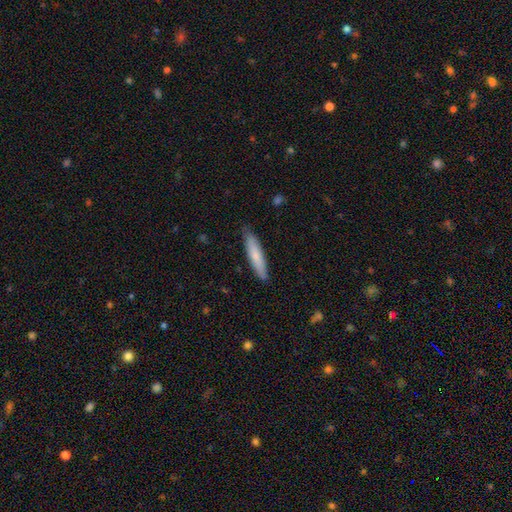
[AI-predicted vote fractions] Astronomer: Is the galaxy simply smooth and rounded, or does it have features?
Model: smooth — 75%.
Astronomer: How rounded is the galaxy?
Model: cigar-shaped — 85%.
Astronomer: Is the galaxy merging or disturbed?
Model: none — 86%.